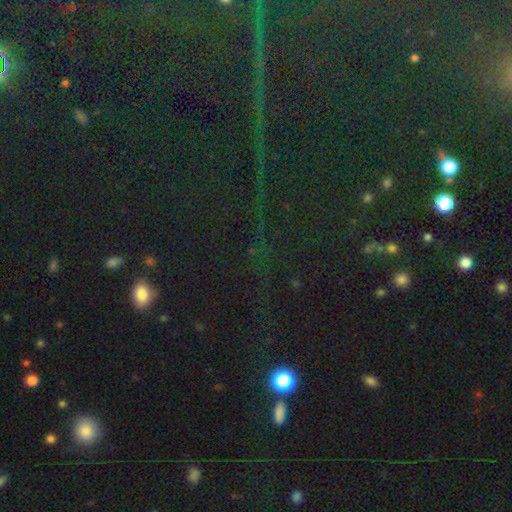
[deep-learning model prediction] Q: Smooth or featured?
A: star or artifact (81%); runner-up: smooth (12%)